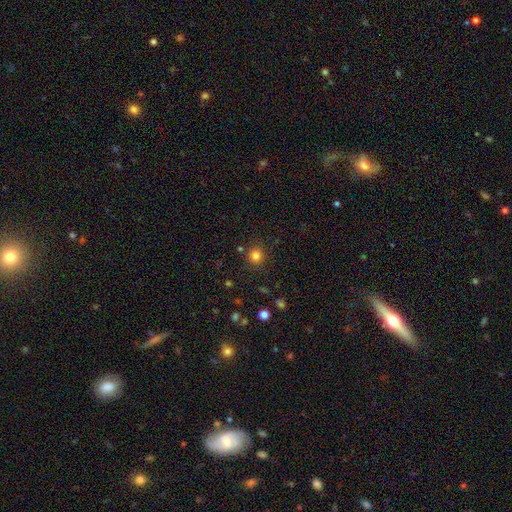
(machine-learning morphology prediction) smooth 81%, star or artifact 14%, featured or disk 5%. Down the decision tree: how rounded — round (88%); merging — none (85%).